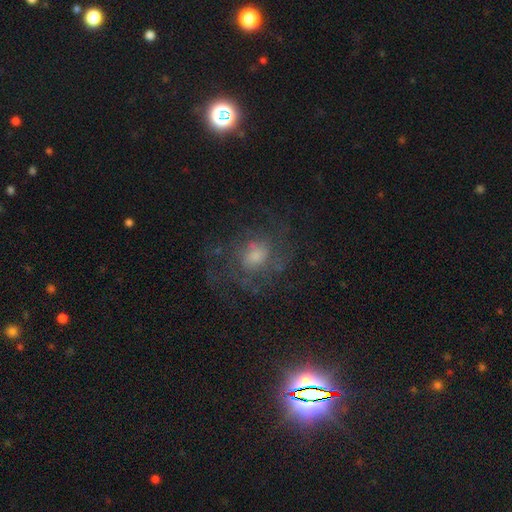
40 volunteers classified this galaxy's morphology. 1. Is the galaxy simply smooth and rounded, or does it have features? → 65% featured or disk, 30% smooth, 5% star or artifact.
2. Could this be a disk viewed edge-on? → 100% no, 0% yes.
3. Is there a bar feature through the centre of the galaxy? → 62% no, 35% weak, 4% strong.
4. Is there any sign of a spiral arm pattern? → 65% yes, 35% no.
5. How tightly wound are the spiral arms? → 41% medium, 35% loose, 24% tight.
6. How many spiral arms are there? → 53% can't tell, 29% 2, 6% 1, 6% 4, 6% more than 4, 0% 3.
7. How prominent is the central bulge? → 54% moderate, 23% small, 15% none, 8% large, 0% dominant.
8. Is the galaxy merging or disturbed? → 45% none, 29% major disturbance, 24% minor disturbance, 3% merger.